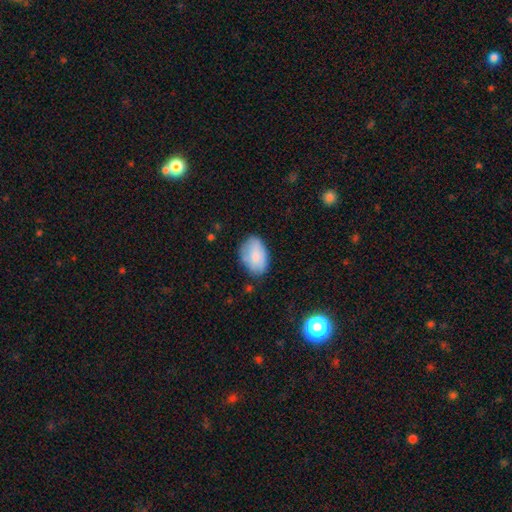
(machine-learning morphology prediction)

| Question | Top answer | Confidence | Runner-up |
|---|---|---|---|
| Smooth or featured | smooth | 79% | featured or disk (14%) |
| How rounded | in between | 89% | round (9%) |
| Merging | none | 68% | minor disturbance (24%) |